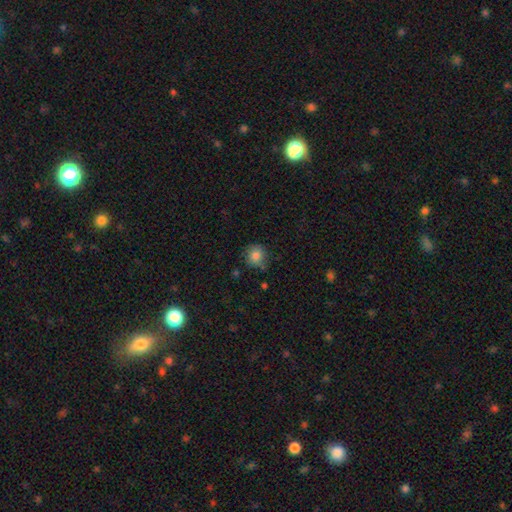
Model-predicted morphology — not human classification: Smooth or featured?
  - smooth: 83% *
  - star or artifact: 10%
  - featured or disk: 7%
How rounded?
  - round: 85% *
  - in between: 14%
  - cigar-shaped: 1%
Merging?
  - none: 76% *
  - minor disturbance: 17%
  - major disturbance: 4%
  - merger: 3%